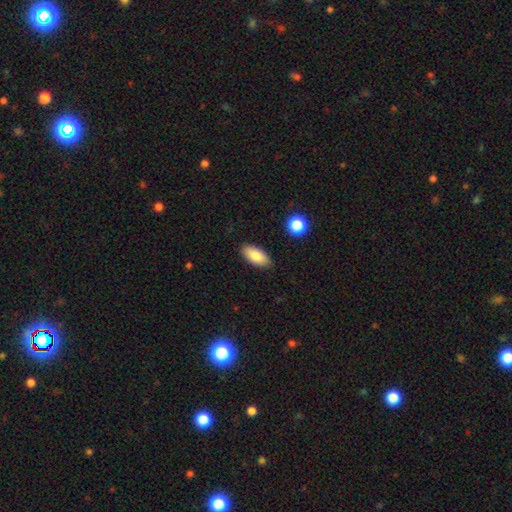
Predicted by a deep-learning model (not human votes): Smooth or featured: smooth — 83% (featured or disk — 10%)
How rounded: in between — 91% (cigar-shaped — 7%)
Merging: none — 87% (minor disturbance — 9%)